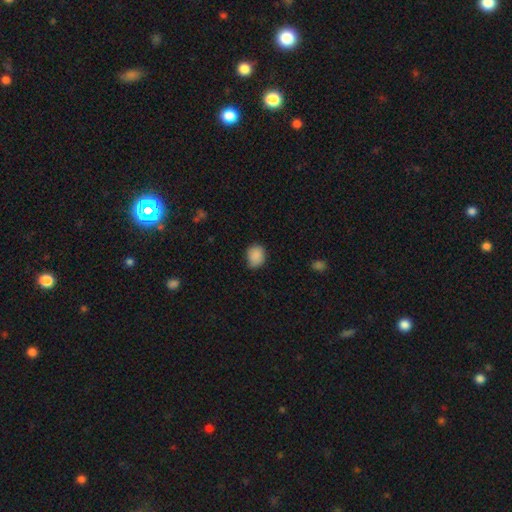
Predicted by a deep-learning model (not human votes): The model was most divided on "how rounded": round: 62%, in between: 37%, cigar-shaped: 1%. More confident: smooth or featured — smooth (88%); merging — none (77%).